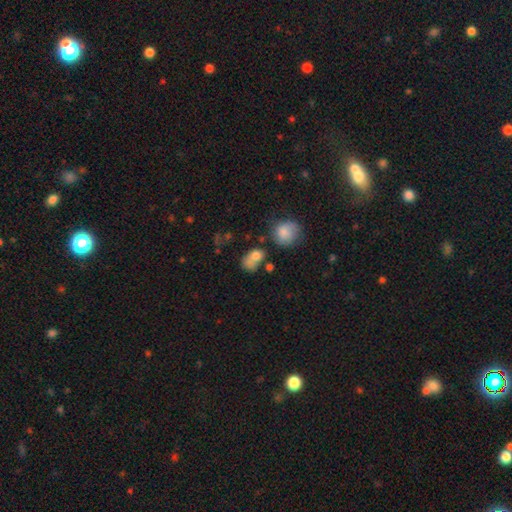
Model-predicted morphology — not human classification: Q: Smooth or featured?
A: smooth (76%); runner-up: featured or disk (13%)
Q: How rounded?
A: in between (69%); runner-up: round (29%)
Q: Merging?
A: none (34%); runner-up: minor disturbance (25%)